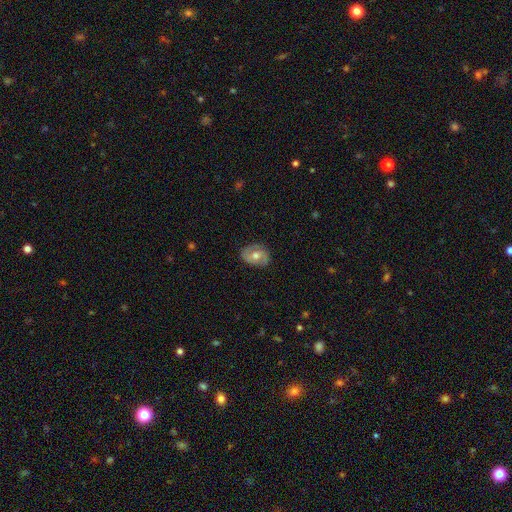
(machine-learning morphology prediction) featured or disk 54%, smooth 39%, star or artifact 7%. Down the decision tree: edge-on disk — no (95%); bar — no (61%); spiral arms — yes (73%); bulge size — moderate (76%); merging — none (79%).